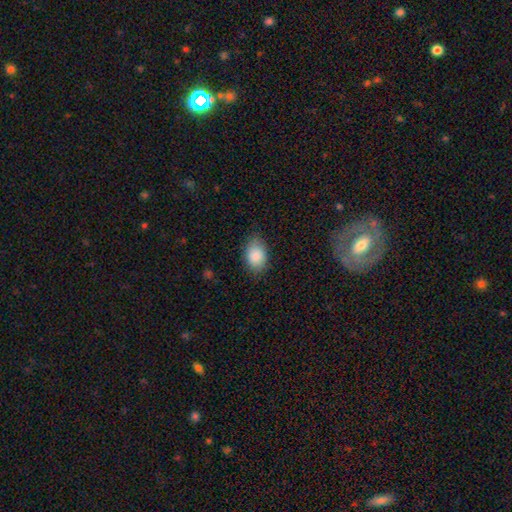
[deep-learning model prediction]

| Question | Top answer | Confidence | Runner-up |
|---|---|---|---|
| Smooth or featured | smooth | 88% | star or artifact (7%) |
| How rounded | in between | 83% | round (16%) |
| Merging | none | 80% | minor disturbance (16%) |